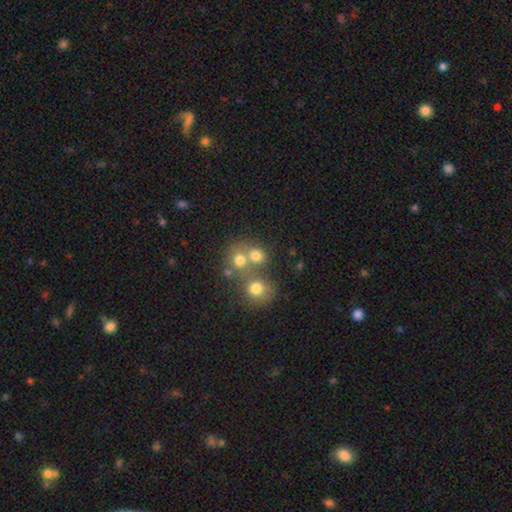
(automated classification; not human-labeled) smooth_or_featured: smooth (p=0.72) [alt: star or artifact p=0.14]
how_rounded: round (p=0.78) [alt: in between p=0.21]
merging: merger (p=0.44) [alt: none p=0.43]